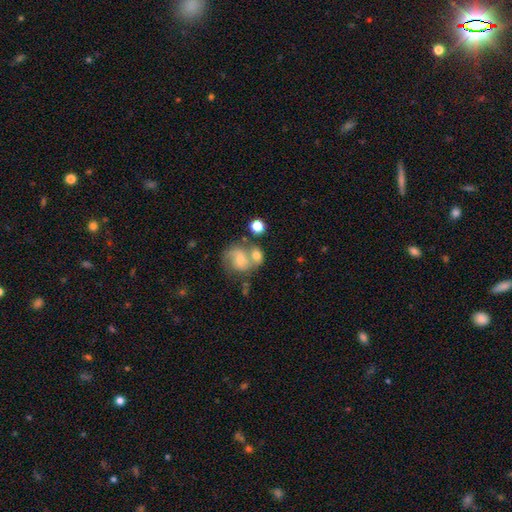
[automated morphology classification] type=featured or disk (46%); merging=none (41%).